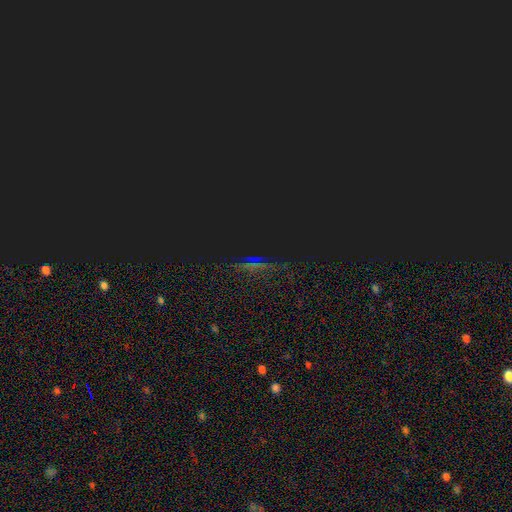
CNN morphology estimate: Q: Smooth or featured?
A: star or artifact (80%); runner-up: smooth (13%)